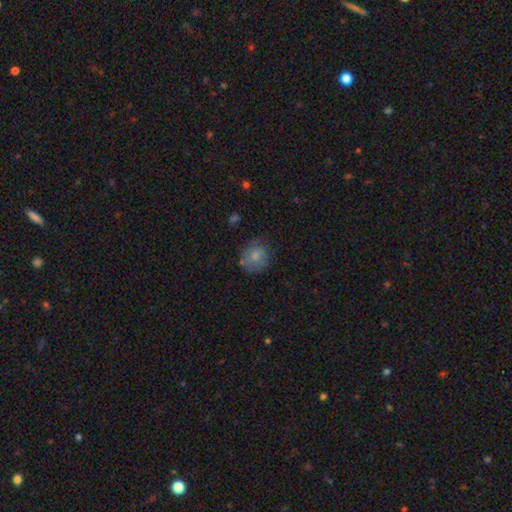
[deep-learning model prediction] Smooth or featured? Predicted: smooth (p=0.69). How rounded? Predicted: round (p=0.76). Merging? Predicted: none (p=0.61).